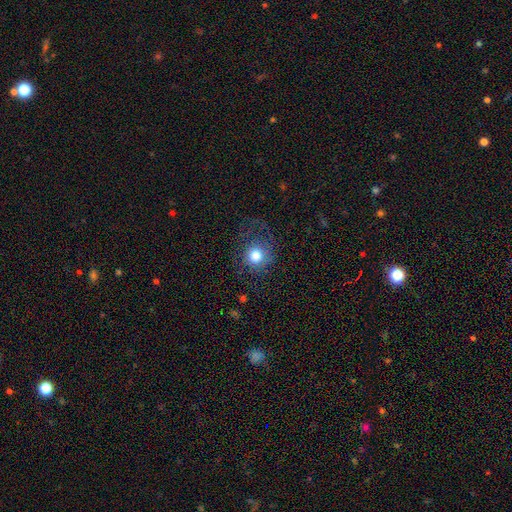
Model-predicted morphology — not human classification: Smooth or featured? smooth (75%)
How rounded? round (87%)
Merging? none (63%)